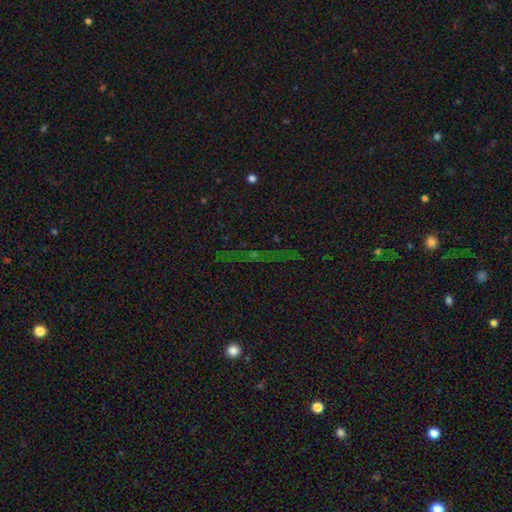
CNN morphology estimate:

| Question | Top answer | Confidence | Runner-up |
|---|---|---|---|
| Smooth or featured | star or artifact | 73% | smooth (14%) |